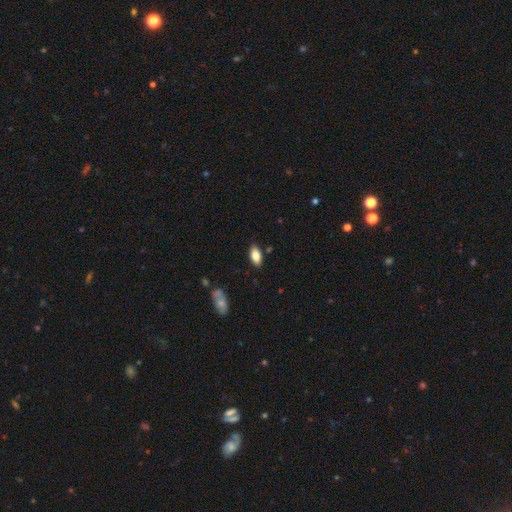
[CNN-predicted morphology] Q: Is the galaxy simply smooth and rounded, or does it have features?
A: smooth — 82%.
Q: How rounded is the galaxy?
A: in between — 90%.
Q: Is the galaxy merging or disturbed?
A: none — 83%.